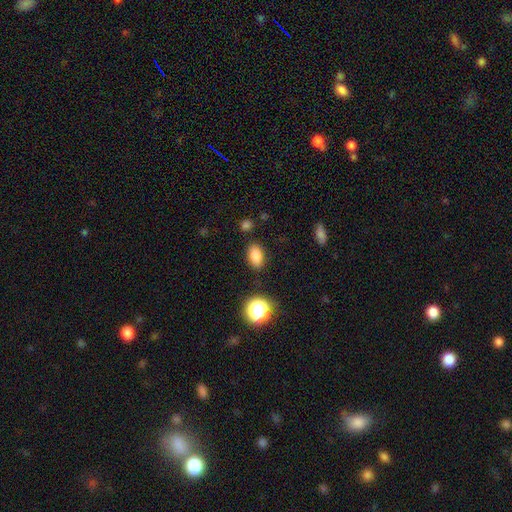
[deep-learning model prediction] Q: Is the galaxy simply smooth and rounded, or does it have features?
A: smooth — 83%.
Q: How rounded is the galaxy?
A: in between — 86%.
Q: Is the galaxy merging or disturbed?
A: none — 84%.